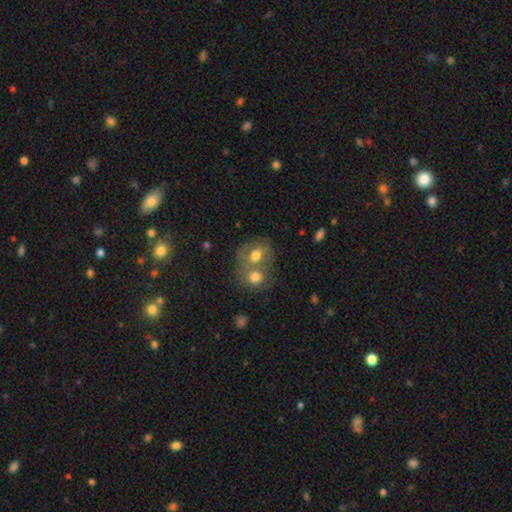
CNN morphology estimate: A smooth galaxy with no disk features (65%) that is round (53%).

Vote fractions:
- Smooth or featured? smooth: 65% / featured or disk: 25% / star or artifact: 10%
- How rounded? round: 53% / in between: 46% / cigar-shaped: 1%
- Merging? merger: 59% / none: 27% / minor disturbance: 9% / major disturbance: 5%